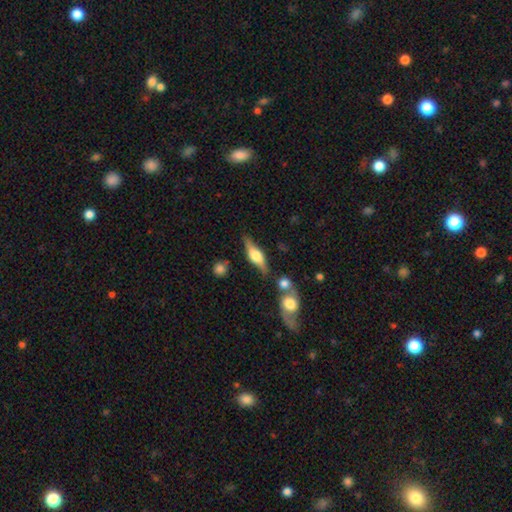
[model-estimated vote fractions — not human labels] Smooth or featured? Predicted: featured or disk (p=0.64). Edge-on disk? Predicted: yes (p=0.90). Edge-on bulge? Predicted: rounded (p=0.92). Merging? Predicted: none (p=0.72).